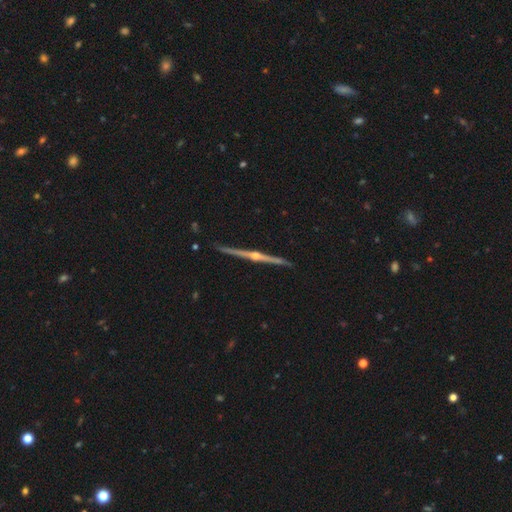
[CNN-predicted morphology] This appears to be a featured or disk galaxy (88%) viewed edge-on (99%) with a rounded central bulge (86%). Merging: none (91%).